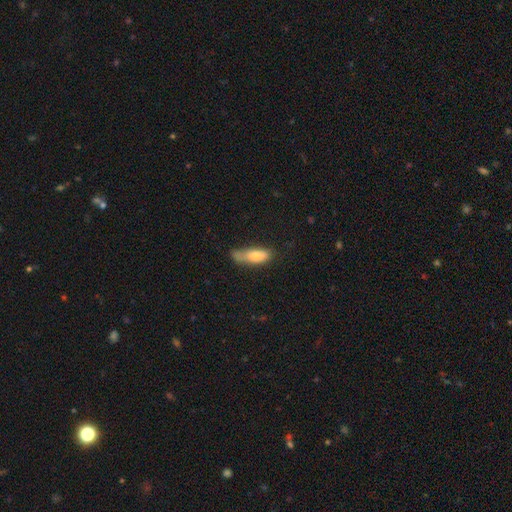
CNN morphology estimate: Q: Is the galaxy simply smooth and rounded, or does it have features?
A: smooth — 74%.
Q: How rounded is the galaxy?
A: in between — 62%.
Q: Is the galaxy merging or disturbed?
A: none — 42%.